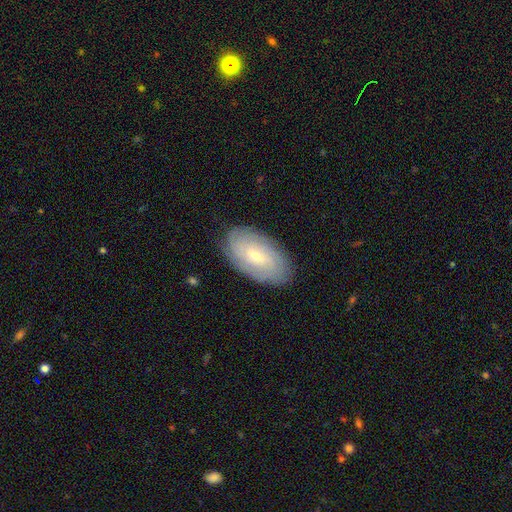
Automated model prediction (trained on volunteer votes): Smooth or featured? featured or disk (61%)
Edge-on disk? no (92%)
Bar? no (52%)
Spiral arms? yes (79%)
Bulge size? small (68%)
Merging? none (85%)